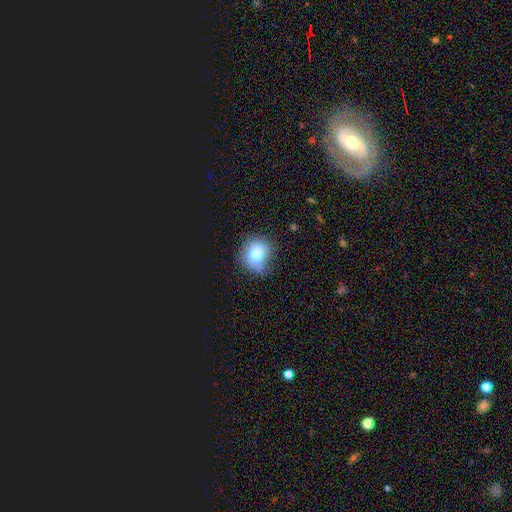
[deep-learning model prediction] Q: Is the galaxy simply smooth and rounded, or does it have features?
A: smooth — 74%.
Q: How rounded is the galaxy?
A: round — 72%.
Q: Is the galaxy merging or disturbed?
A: none — 66%.